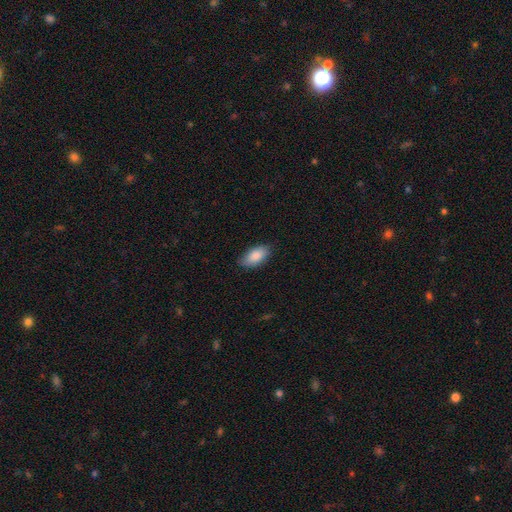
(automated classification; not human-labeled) This appears to be a smooth galaxy with no disk features (87%) that is in between round and cigar-shaped (93%). Merging: none (83%).